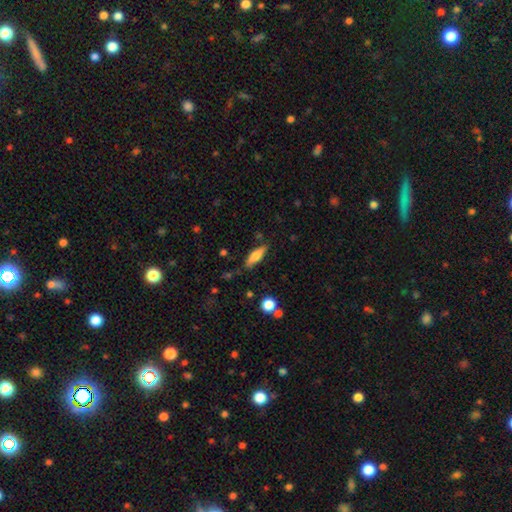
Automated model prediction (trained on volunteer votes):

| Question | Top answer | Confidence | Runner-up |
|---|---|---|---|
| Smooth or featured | smooth | 64% | featured or disk (29%) |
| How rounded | cigar-shaped | 55% | in between (43%) |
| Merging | none | 79% | minor disturbance (15%) |